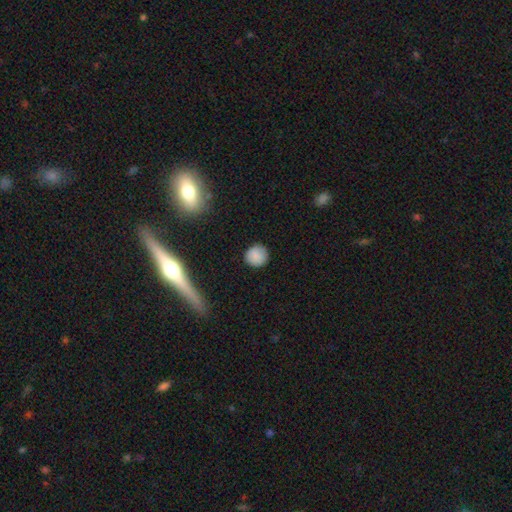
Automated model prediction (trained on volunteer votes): smooth-or-featured: smooth: 86% | star or artifact: 9% | featured or disk: 5%
  how-rounded: round: 92% | in between: 7% | cigar-shaped: 1%
  merging: none: 88% | minor disturbance: 9% | major disturbance: 2% | merger: 1%